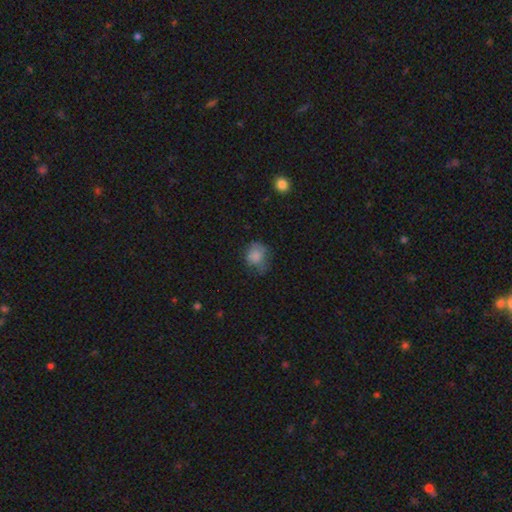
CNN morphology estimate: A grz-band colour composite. It shows a smooth galaxy with no disk features (79%) that is round (66%). Merging: none (47%).